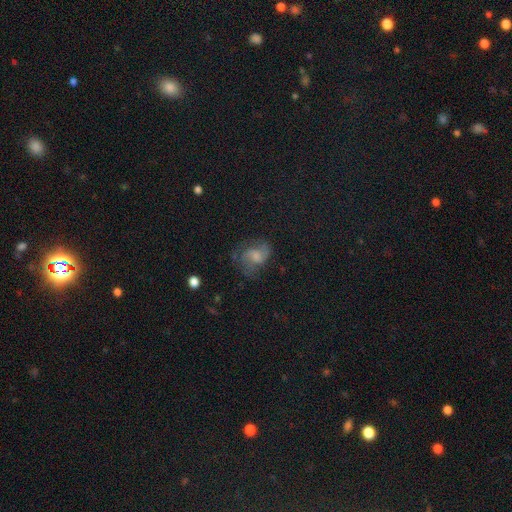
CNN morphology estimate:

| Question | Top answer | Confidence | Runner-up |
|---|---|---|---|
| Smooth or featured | featured or disk | 54% | smooth (34%) |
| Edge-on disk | no | 97% | yes (3%) |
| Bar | no | 53% | weak (39%) |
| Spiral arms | yes | 84% | no (16%) |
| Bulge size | moderate | 33% | small (30%) |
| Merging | none | 54% | minor disturbance (23%) |